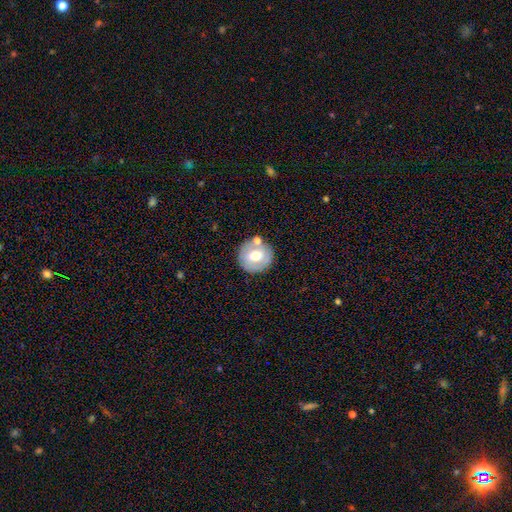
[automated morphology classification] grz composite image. It shows a smooth galaxy with no disk features (58%) that is round (88%). Merging: none (73%).